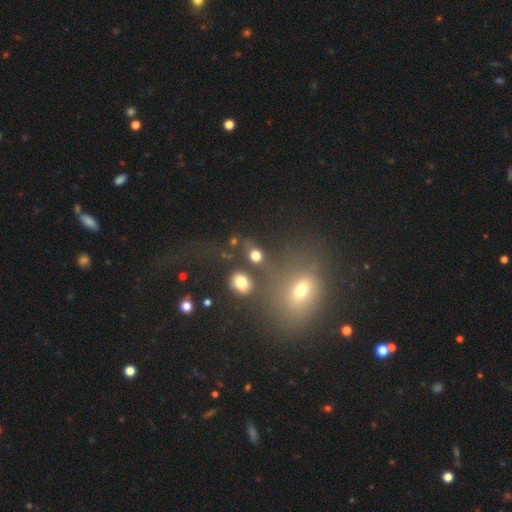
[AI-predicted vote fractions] This appears to be a smooth galaxy with no disk features (76%) that is in between round and cigar-shaped (52%). Merging: none (64%).